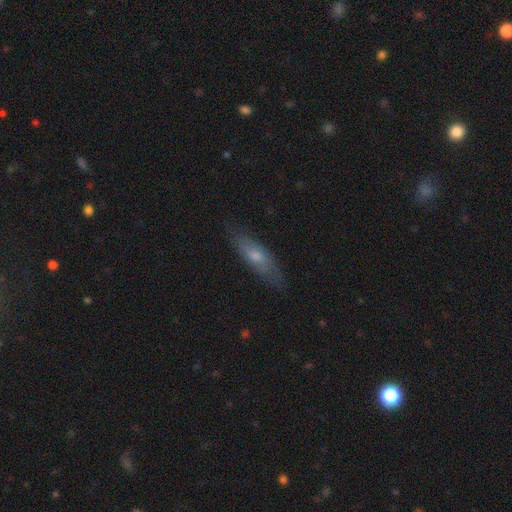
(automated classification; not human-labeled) This appears to be a smooth galaxy with no disk features (52%) that is cigar-shaped (56%). Merging: none (78%).